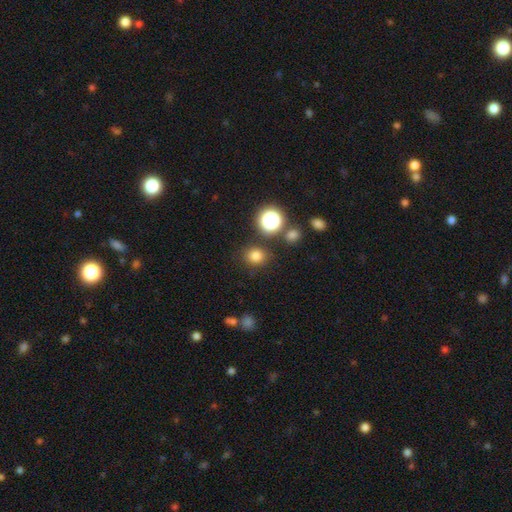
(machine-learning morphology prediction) Overall: smooth (78%). How rounded: round (80%). Merging: none (84%).